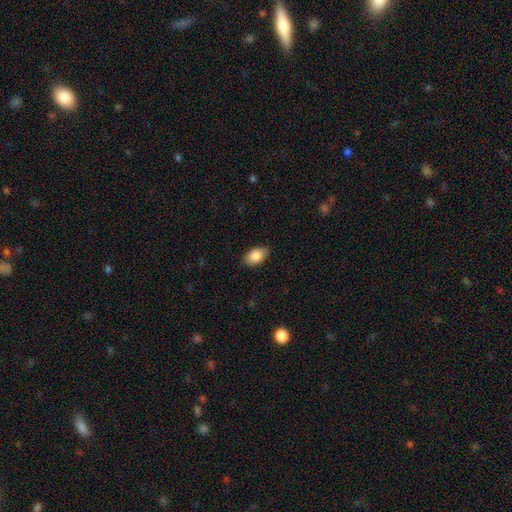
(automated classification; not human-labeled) Smooth or featured? smooth (85%)
How rounded? in between (92%)
Merging? none (87%)